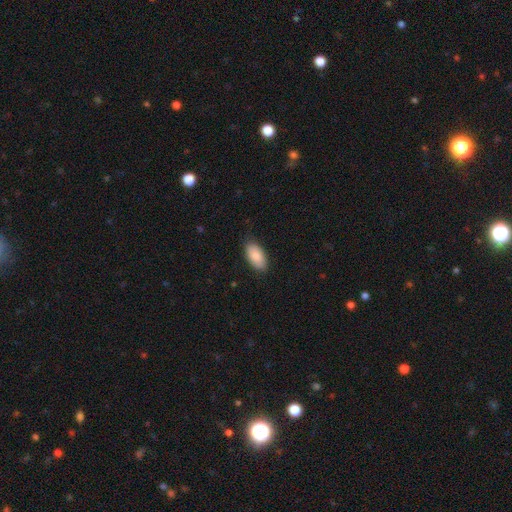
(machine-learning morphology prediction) Smooth or featured? Predicted: smooth (p=0.86). How rounded? Predicted: in between (p=0.94). Merging? Predicted: none (p=0.85).